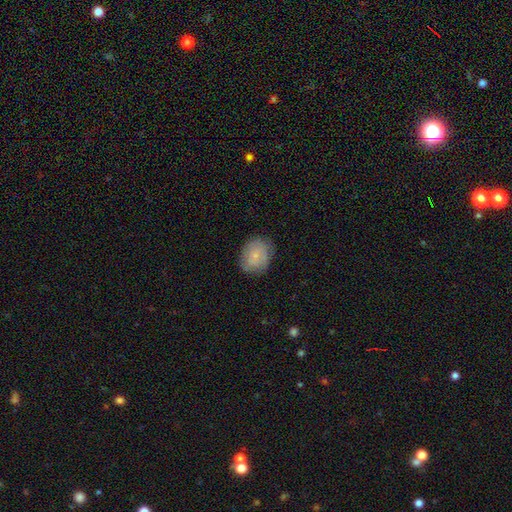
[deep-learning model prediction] Smooth or featured? smooth (70%)
How rounded? round (54%)
Merging? none (76%)